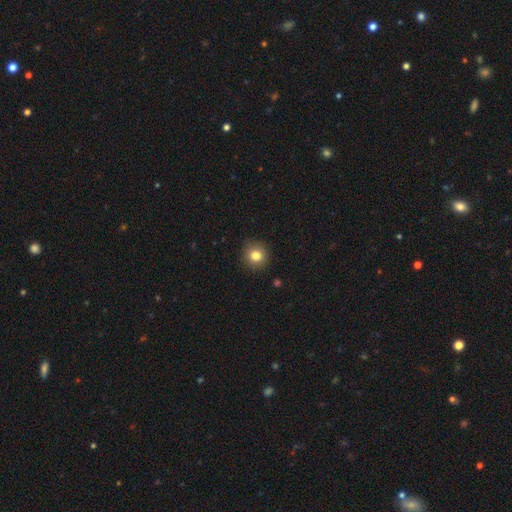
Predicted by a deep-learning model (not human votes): Smooth or featured? Predicted: smooth (p=0.82). How rounded? Predicted: round (p=0.92). Merging? Predicted: none (p=0.90).